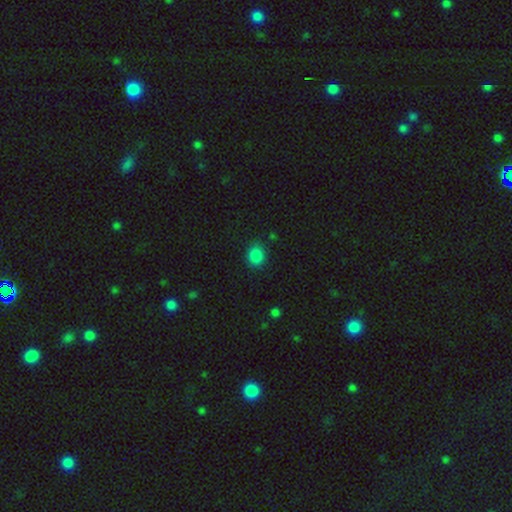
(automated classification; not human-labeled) Overall: smooth (86%). How rounded: round (70%). Merging: none (85%).